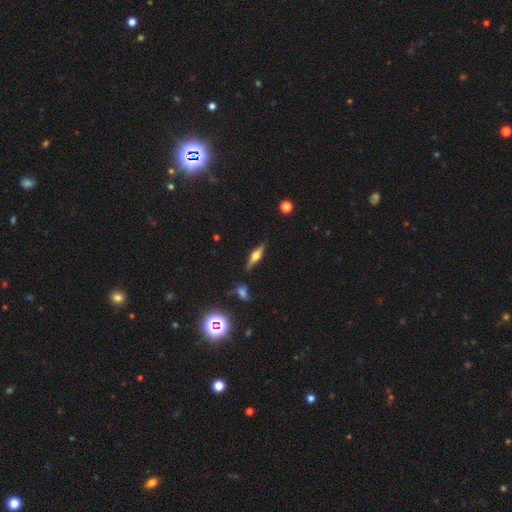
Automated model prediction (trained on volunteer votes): Morphology: type=featured or disk (62%); edge-on=yes (95%); edge-on bulge=rounded (91%); merging=none (84%).